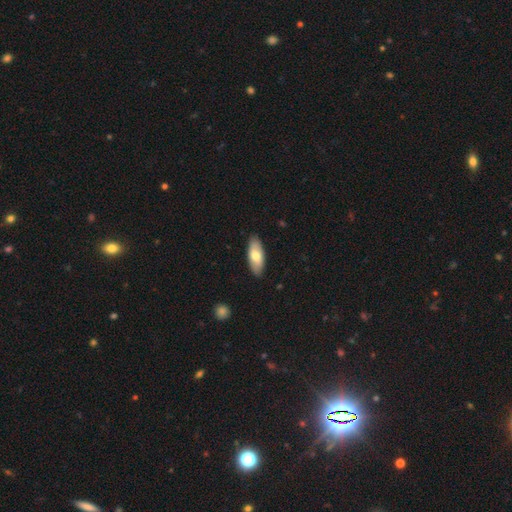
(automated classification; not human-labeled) Morphology: type=smooth (73%); roundness=in between (82%); merging=none (88%).